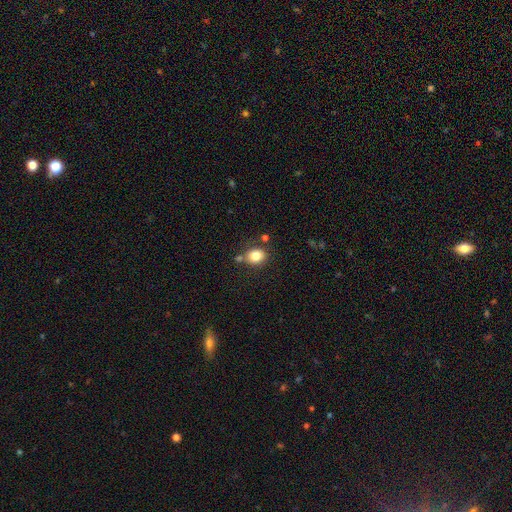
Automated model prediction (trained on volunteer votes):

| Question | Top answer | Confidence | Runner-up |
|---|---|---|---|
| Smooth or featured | smooth | 81% | star or artifact (10%) |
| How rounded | round | 62% | in between (37%) |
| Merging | none | 70% | minor disturbance (14%) |